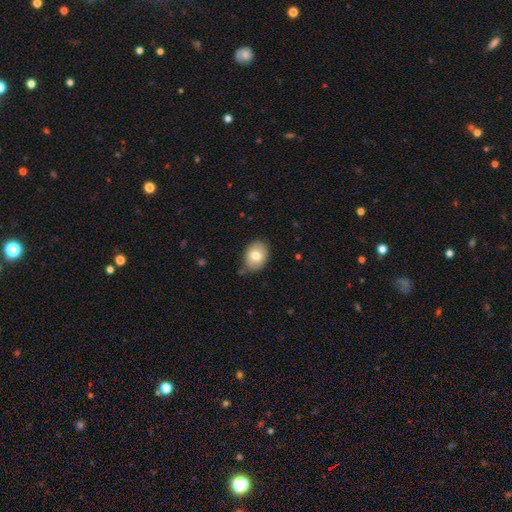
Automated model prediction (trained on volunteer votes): smooth_or_featured: smooth (p=0.78) [alt: featured or disk p=0.14]
how_rounded: in between (p=0.64) [alt: round p=0.35]
merging: none (p=0.77) [alt: minor disturbance p=0.17]